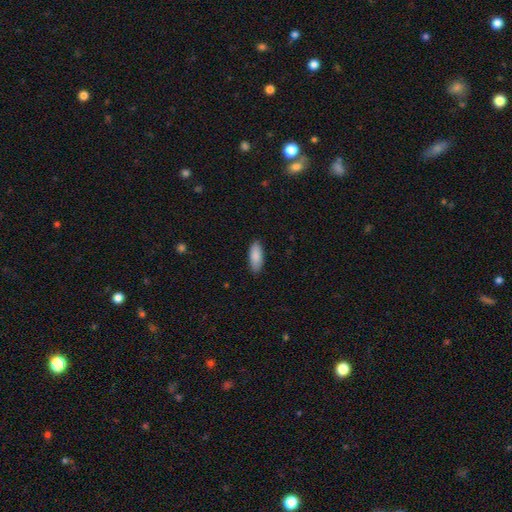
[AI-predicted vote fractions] A smooth galaxy with no disk features (88%) that is in between round and cigar-shaped (77%).

Vote fractions:
- Smooth or featured? smooth: 88% / featured or disk: 6% / star or artifact: 6%
- How rounded? in between: 77% / cigar-shaped: 22% / round: 2%
- Merging? none: 88% / minor disturbance: 9% / major disturbance: 2% / merger: 1%